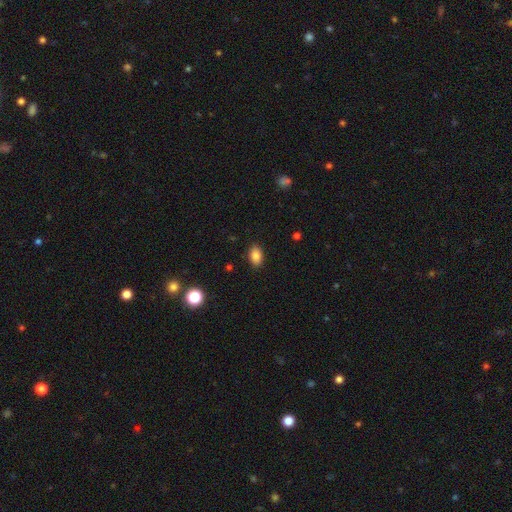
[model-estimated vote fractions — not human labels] smooth_or_featured: smooth (p=0.86) [alt: star or artifact p=0.09]
how_rounded: in between (p=0.88) [alt: round p=0.11]
merging: none (p=0.88) [alt: minor disturbance p=0.09]